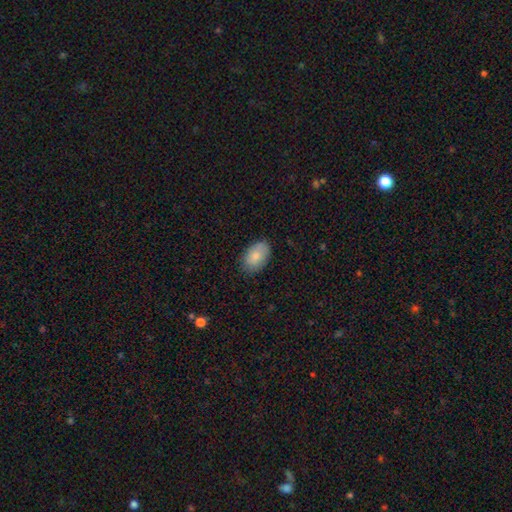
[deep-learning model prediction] Q: Smooth or featured?
A: smooth (82%); runner-up: featured or disk (11%)
Q: How rounded?
A: in between (91%); runner-up: round (8%)
Q: Merging?
A: none (81%); runner-up: minor disturbance (15%)